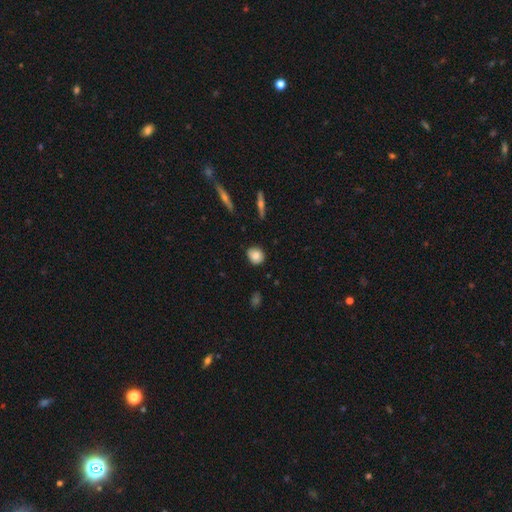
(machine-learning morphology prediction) A smooth galaxy with no disk features (82%) that is round (74%).

Vote fractions:
- Smooth or featured? smooth: 82% / featured or disk: 10% / star or artifact: 8%
- How rounded? round: 74% / in between: 24% / cigar-shaped: 2%
- Merging? none: 85% / minor disturbance: 12% / major disturbance: 2% / merger: 1%